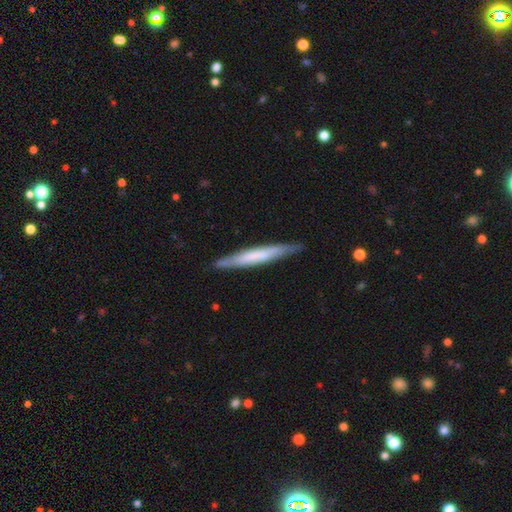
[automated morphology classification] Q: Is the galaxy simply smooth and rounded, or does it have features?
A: smooth — 50%.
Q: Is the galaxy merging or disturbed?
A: none — 87%.